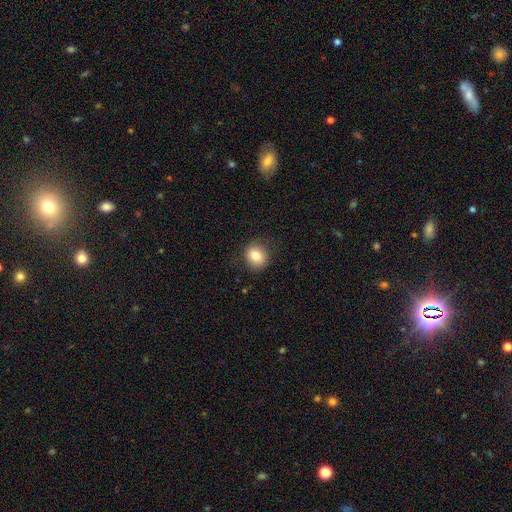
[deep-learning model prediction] smooth-or-featured: smooth: 81% | star or artifact: 10% | featured or disk: 10%
  how-rounded: round: 80% | in between: 19% | cigar-shaped: 1%
  merging: none: 86% | minor disturbance: 10% | major disturbance: 3% | merger: 1%